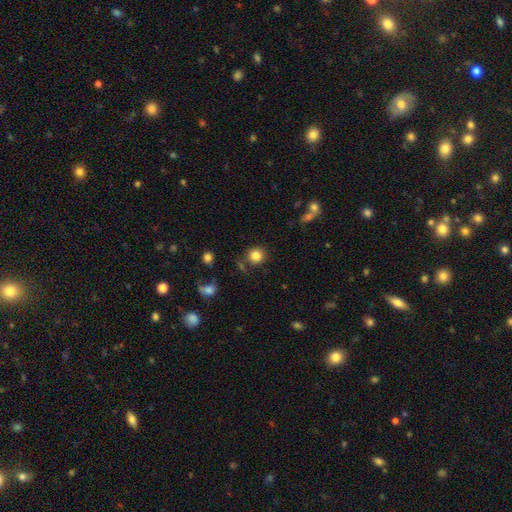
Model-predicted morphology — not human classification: The model was most divided on "merging": none: 81%, minor disturbance: 10%, merger: 5%, major disturbance: 4%. More confident: how rounded — round (89%); smooth or featured — smooth (83%).